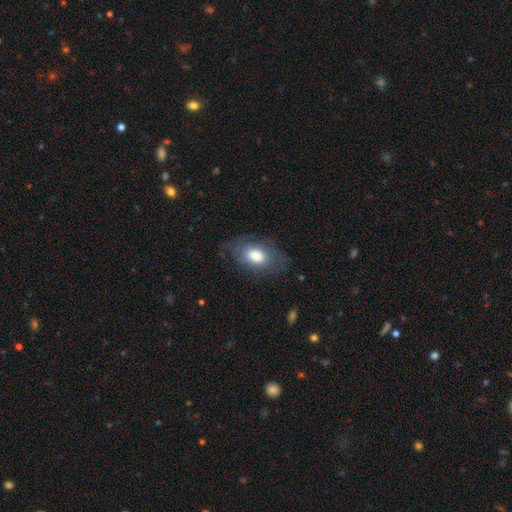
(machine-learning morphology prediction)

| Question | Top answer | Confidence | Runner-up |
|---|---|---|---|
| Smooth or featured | smooth | 70% | featured or disk (24%) |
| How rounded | in between | 88% | round (10%) |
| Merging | none | 69% | minor disturbance (20%) |